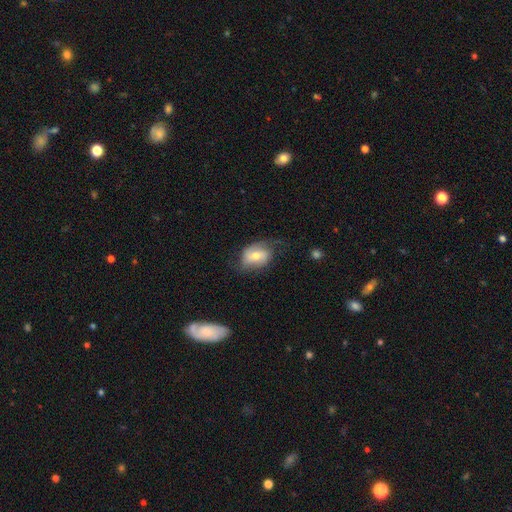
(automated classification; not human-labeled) Morphology: type=smooth (49%); merging=none (52%).